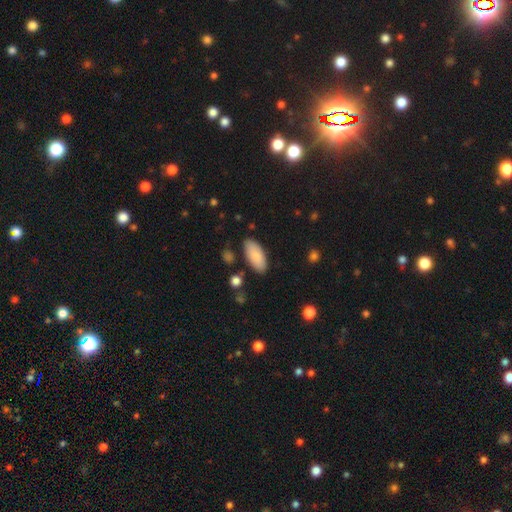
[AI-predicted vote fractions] Smooth or featured?
  - smooth: 87% *
  - featured or disk: 7%
  - star or artifact: 6%
How rounded?
  - in between: 88% *
  - cigar-shaped: 11%
  - round: 2%
Merging?
  - none: 84% *
  - minor disturbance: 11%
  - major disturbance: 3%
  - merger: 2%